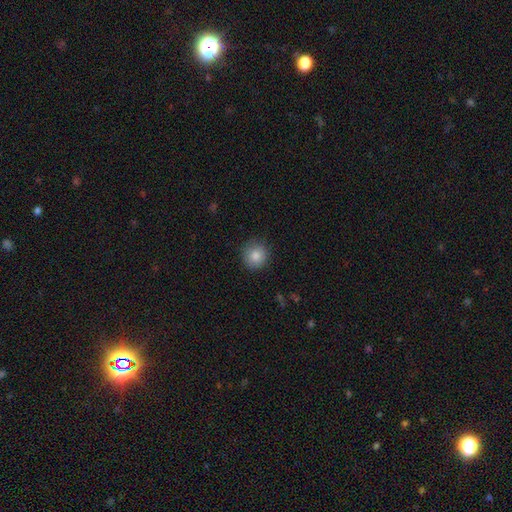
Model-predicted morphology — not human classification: type=smooth (85%); roundness=round (90%); merging=none (85%).